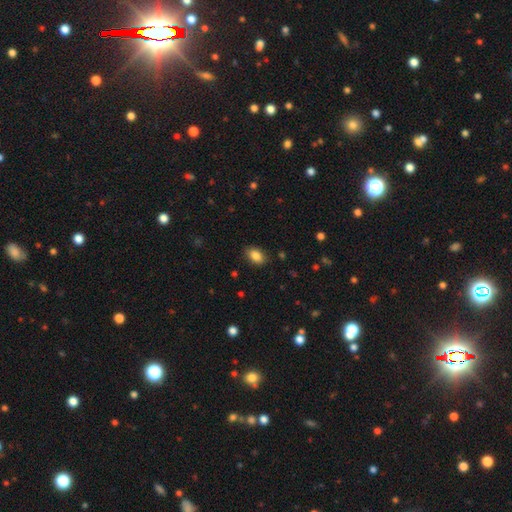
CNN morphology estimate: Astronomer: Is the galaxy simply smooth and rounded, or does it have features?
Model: smooth — 87%.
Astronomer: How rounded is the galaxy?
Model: in between — 88%.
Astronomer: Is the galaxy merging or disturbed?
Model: none — 85%.